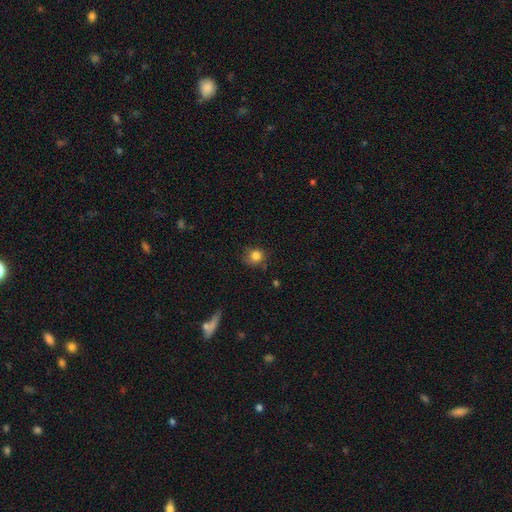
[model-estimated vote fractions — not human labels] Smooth or featured? Predicted: smooth (p=0.82). How rounded? Predicted: round (p=0.77). Merging? Predicted: none (p=0.63).